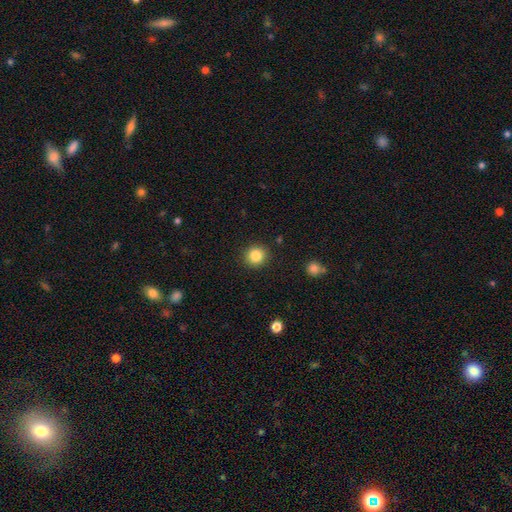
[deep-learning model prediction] Overall: smooth (85%). How rounded: round (92%). Merging: none (91%).